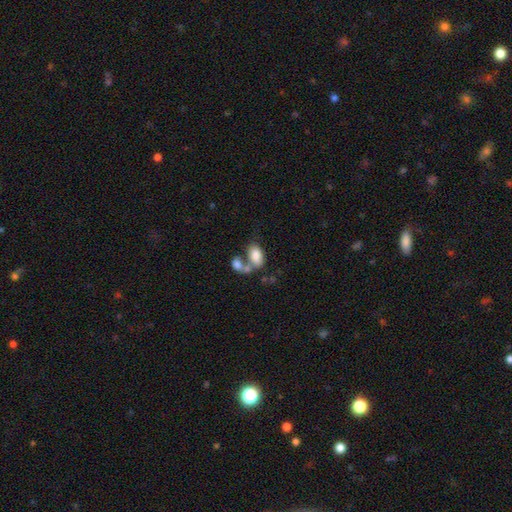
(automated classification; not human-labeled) Smooth or featured: smooth — 78% (featured or disk — 14%)
How rounded: in between — 91% (round — 8%)
Merging: merger — 55% (none — 26%)